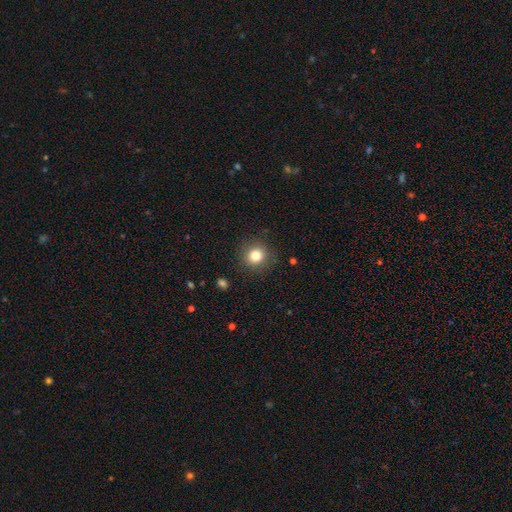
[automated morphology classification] Smooth or featured? Predicted: smooth (p=0.81). How rounded? Predicted: round (p=0.92). Merging? Predicted: none (p=0.89).